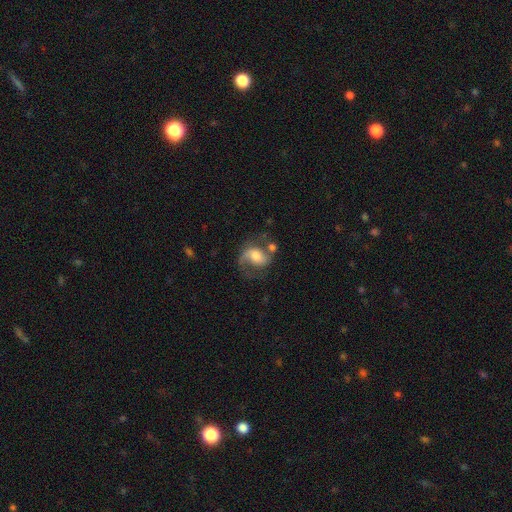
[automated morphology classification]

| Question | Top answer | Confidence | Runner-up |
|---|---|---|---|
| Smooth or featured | featured or disk | 65% | smooth (27%) |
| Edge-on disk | no | 97% | yes (3%) |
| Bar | no | 43% | weak (40%) |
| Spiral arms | yes | 88% | no (12%) |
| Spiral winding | medium | 45% | loose (43%) |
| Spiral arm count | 2 | 68% | 1 (24%) |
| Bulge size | moderate | 57% | small (19%) |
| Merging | none | 45% | major disturbance (22%) |